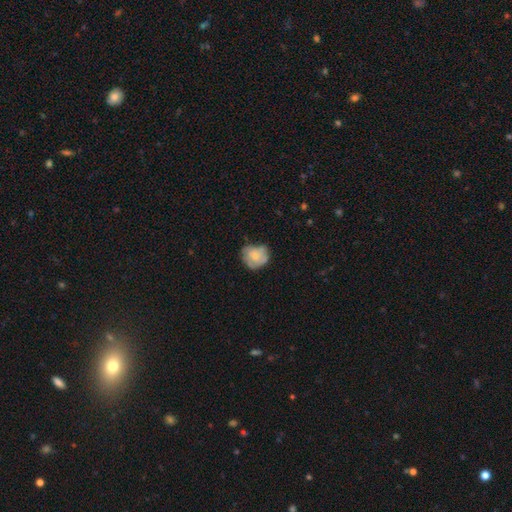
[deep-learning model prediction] smooth_or_featured: smooth (p=0.53) [alt: featured or disk p=0.40]
how_rounded: round (p=0.73) [alt: in between p=0.26]
merging: none (p=0.56) [alt: minor disturbance p=0.31]